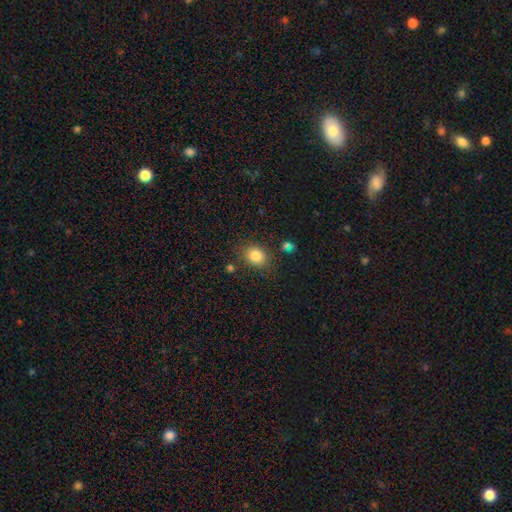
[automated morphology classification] A smooth galaxy with no disk features (83%) that is round (51%).

Vote fractions:
- Smooth or featured? smooth: 83% / star or artifact: 10% / featured or disk: 6%
- How rounded? round: 51% / in between: 48% / cigar-shaped: 1%
- Merging? none: 80% / minor disturbance: 12% / merger: 4% / major disturbance: 4%